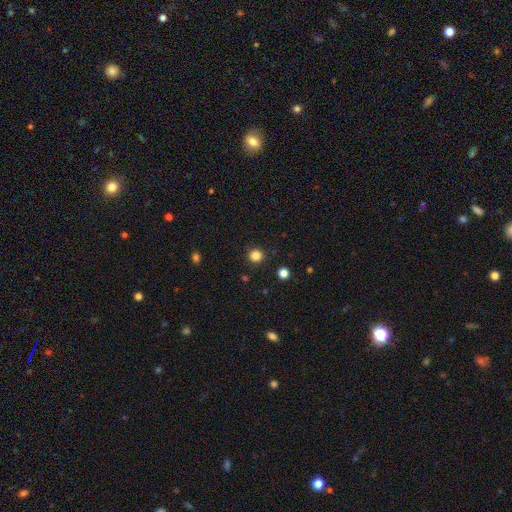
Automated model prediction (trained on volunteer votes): Smooth or featured?
  - smooth: 84% *
  - star or artifact: 12%
  - featured or disk: 4%
How rounded?
  - round: 94% *
  - in between: 6%
  - cigar-shaped: 1%
Merging?
  - none: 91% *
  - minor disturbance: 5%
  - major disturbance: 2%
  - merger: 1%